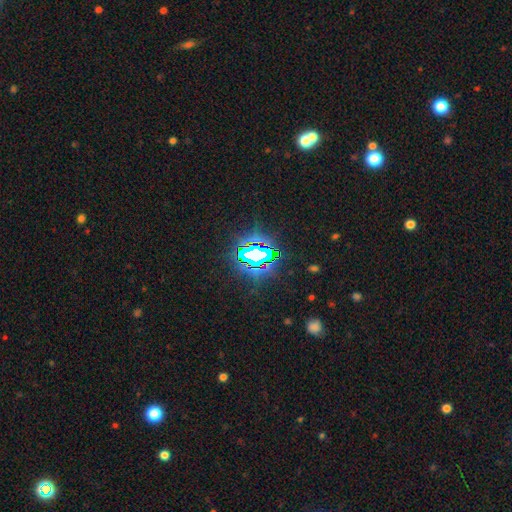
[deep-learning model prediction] Smooth or featured? star or artifact (74%)